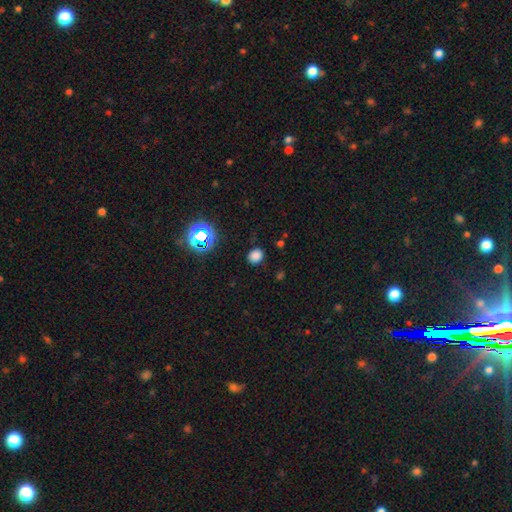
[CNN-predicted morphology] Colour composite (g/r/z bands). It shows a smooth galaxy with no disk features (75%) that is round (71%). Merging: none (86%).